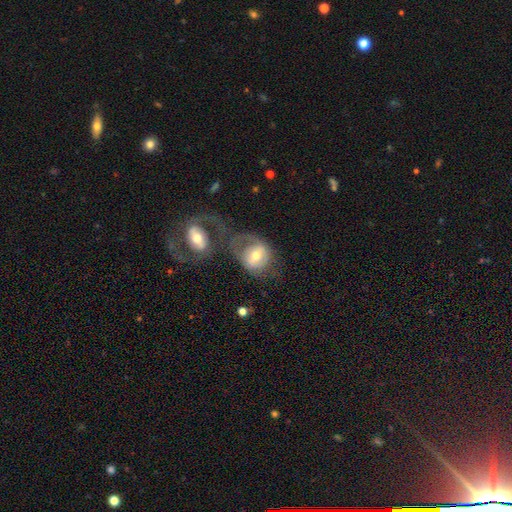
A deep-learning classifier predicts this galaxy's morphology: Smooth or featured? featured or disk (47%)
Merging? merger (34%)